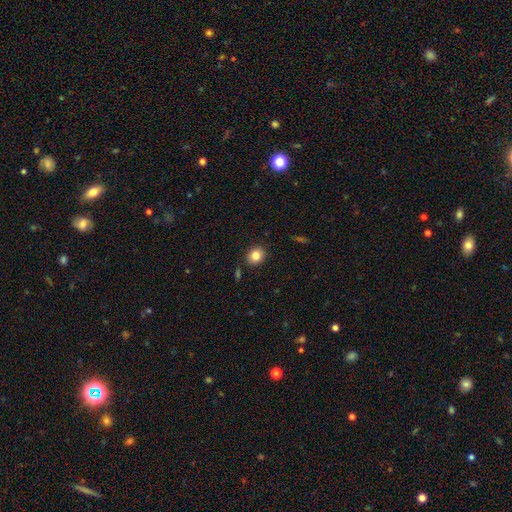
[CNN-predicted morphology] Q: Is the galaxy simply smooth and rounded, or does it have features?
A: smooth — 84%.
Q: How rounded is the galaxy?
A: round — 72%.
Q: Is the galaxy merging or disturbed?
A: none — 88%.